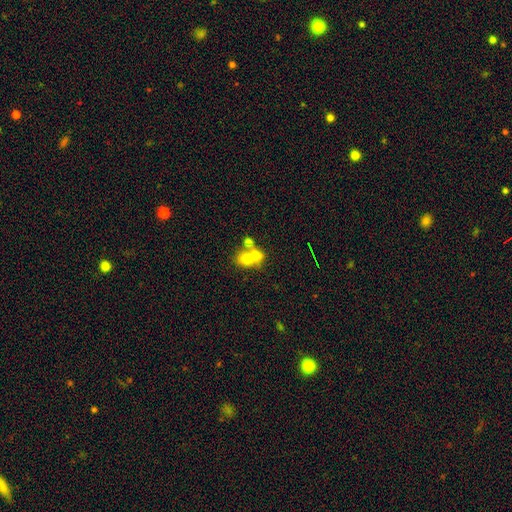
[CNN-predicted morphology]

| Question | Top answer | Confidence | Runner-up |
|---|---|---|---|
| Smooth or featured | smooth | 65% | featured or disk (23%) |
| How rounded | round | 67% | in between (31%) |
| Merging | merger | 63% | none (27%) |